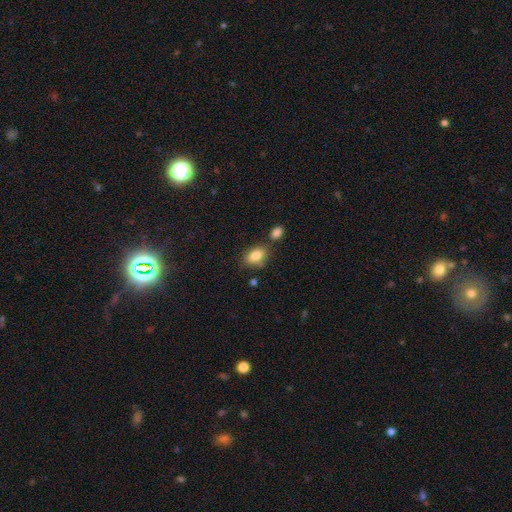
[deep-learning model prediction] smooth-or-featured: smooth: 85% | star or artifact: 8% | featured or disk: 7%
  how-rounded: in between: 86% | round: 12% | cigar-shaped: 2%
  merging: none: 66% | minor disturbance: 16% | merger: 14% | major disturbance: 4%